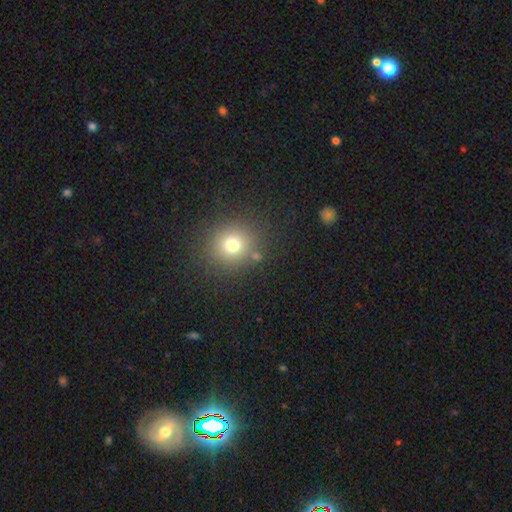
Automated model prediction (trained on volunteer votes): Smooth or featured? smooth (74%)
How rounded? round (88%)
Merging? none (84%)